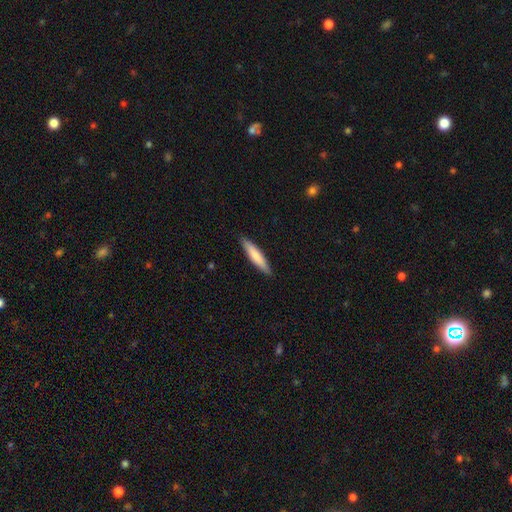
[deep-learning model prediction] Smooth or featured? Predicted: smooth (p=0.76). How rounded? Predicted: cigar-shaped (p=0.87). Merging? Predicted: none (p=0.90).